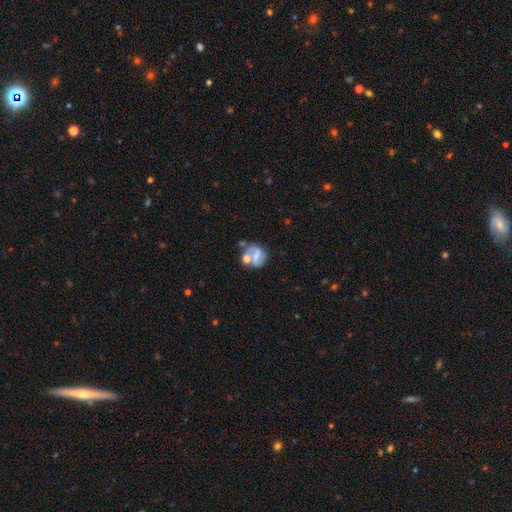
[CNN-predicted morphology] type=featured or disk (54%); edge-on=no (97%); bar=weak (40%); spiral arms=yes (66%); bulge=small (45%); merging=none (47%).